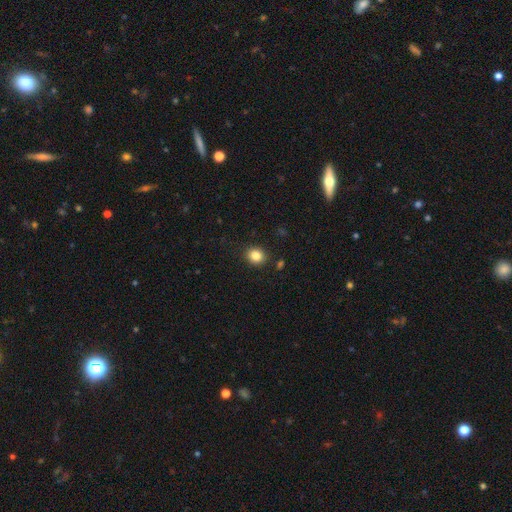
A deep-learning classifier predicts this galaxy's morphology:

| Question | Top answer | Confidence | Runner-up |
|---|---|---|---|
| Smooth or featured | smooth | 84% | star or artifact (10%) |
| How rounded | round | 74% | in between (25%) |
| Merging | none | 89% | minor disturbance (7%) |